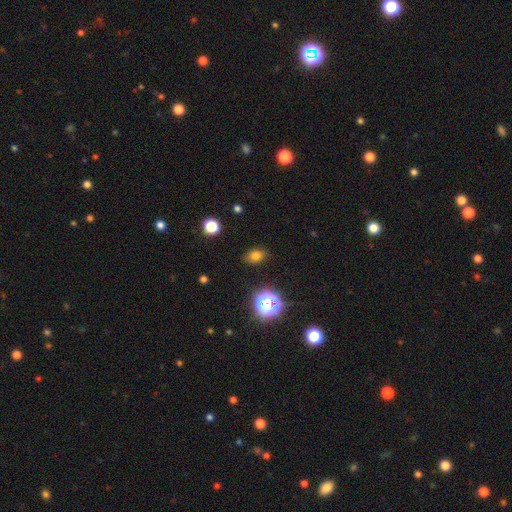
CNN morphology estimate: Smooth or featured? smooth (75%)
How rounded? in between (66%)
Merging? none (83%)